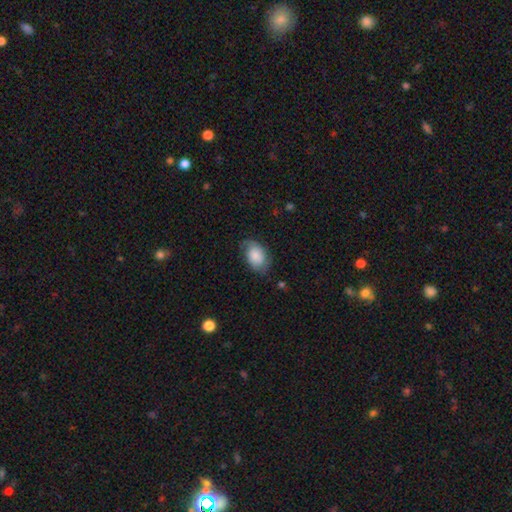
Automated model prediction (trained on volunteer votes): Smooth or featured? Predicted: smooth (p=0.71). How rounded? Predicted: in between (p=0.87). Merging? Predicted: none (p=0.62).